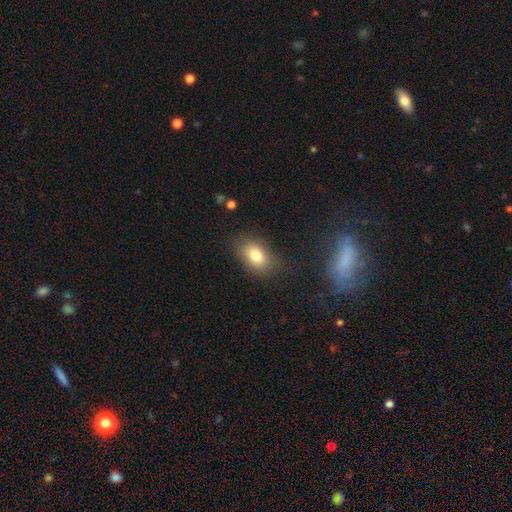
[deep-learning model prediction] A smooth galaxy with no disk features (79%) that is in between round and cigar-shaped (83%). Merging: none (79%).